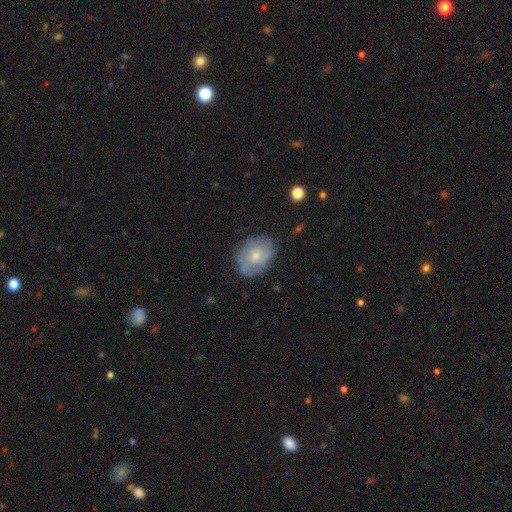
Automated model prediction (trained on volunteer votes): Morphology: type=smooth (58%); roundness=in between (56%); merging=none (70%).